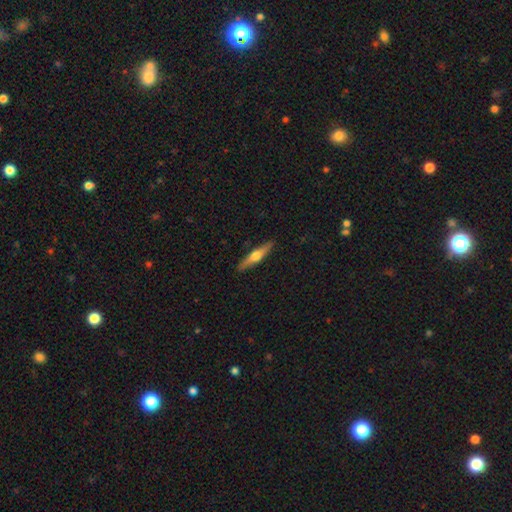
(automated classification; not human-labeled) smooth-or-featured: featured or disk: 57% | smooth: 38% | star or artifact: 5%
  disk-edge-on: yes: 95% | no: 5%
    edge-on-bulge: rounded: 93% | none: 4% | boxy: 4%
  merging: none: 91% | minor disturbance: 7% | major disturbance: 1% | merger: 1%